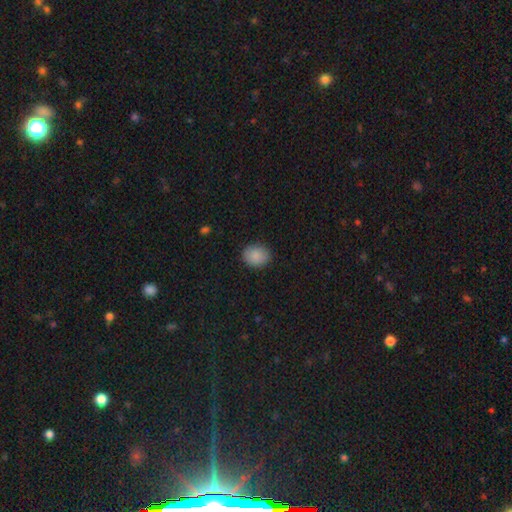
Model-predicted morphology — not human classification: This is clearly a smooth galaxy (88%). How rounded: possibly round (51%). Merging: clearly none (88%).